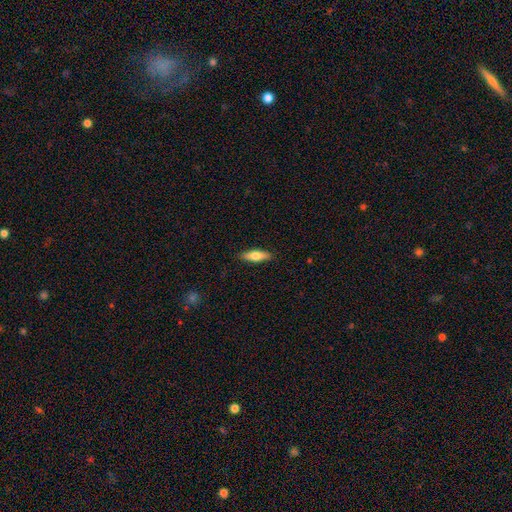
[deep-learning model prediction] smooth-or-featured: smooth: 67% | featured or disk: 27% | star or artifact: 6%
  how-rounded: in between: 49% (tied) | cigar-shaped: 49% (tied) | round: 2%
  merging: none: 88% | minor disturbance: 9% | major disturbance: 2% | merger: 1%